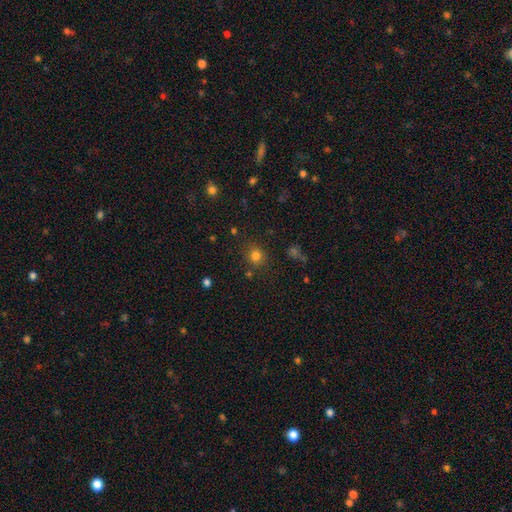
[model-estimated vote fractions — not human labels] This appears to be a smooth galaxy with no disk features (78%) that is round (83%). Merging: none (81%).